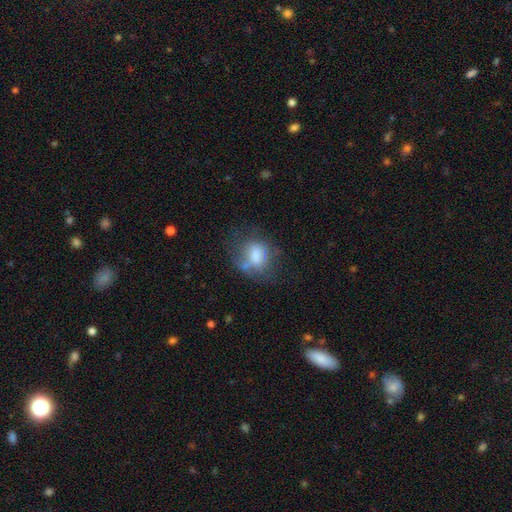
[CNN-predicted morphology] Smooth or featured? Predicted: smooth (p=0.65). How rounded? Predicted: in between (p=0.52). Merging? Predicted: none (p=0.42).